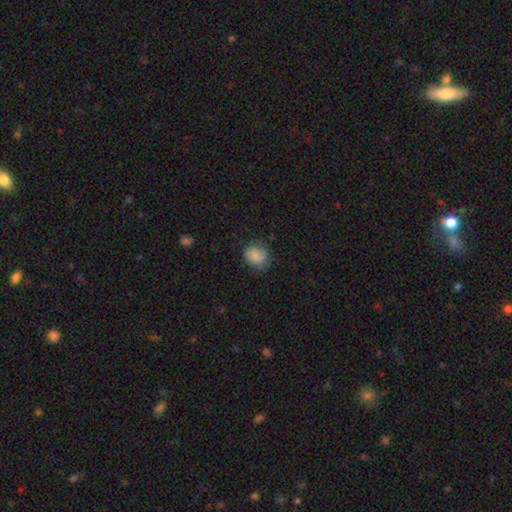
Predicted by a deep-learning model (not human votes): smooth_or_featured: smooth (p=0.82) [alt: featured or disk p=0.10]
how_rounded: round (p=0.66) [alt: in between p=0.33]
merging: none (p=0.70) [alt: minor disturbance p=0.22]